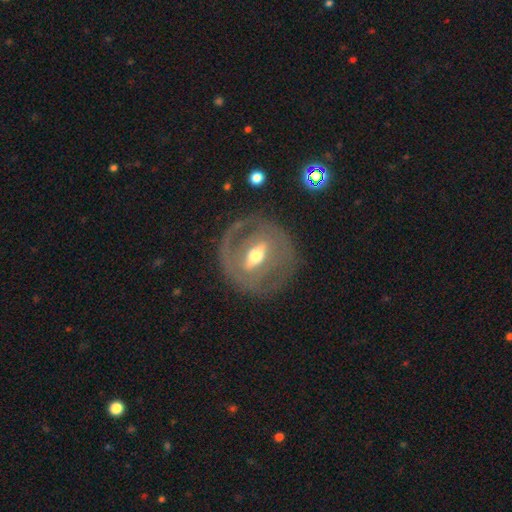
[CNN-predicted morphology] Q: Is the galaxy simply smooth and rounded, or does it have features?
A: featured or disk — 78%.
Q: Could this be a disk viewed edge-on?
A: no — 84%.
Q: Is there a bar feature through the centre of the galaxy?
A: strong — 62%.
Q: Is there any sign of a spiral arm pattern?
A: no — 56%.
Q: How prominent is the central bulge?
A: moderate — 68%.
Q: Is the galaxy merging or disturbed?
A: none — 76%.